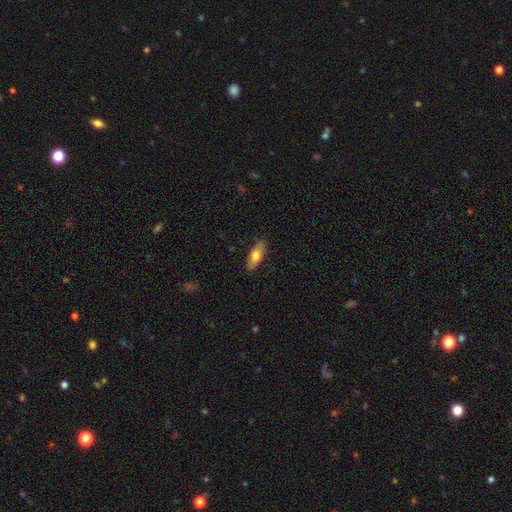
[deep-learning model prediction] The model was most divided on "smooth or featured": smooth: 73%, featured or disk: 21%, star or artifact: 6%. More confident: merging — none (85%); how rounded — in between (75%).